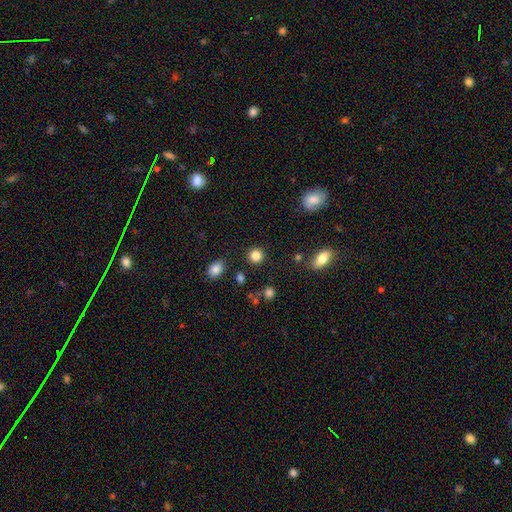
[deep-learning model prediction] smooth_or_featured: smooth (p=0.85) [alt: star or artifact p=0.11]
how_rounded: round (p=0.91) [alt: in between p=0.08]
merging: none (p=0.89) [alt: minor disturbance p=0.06]